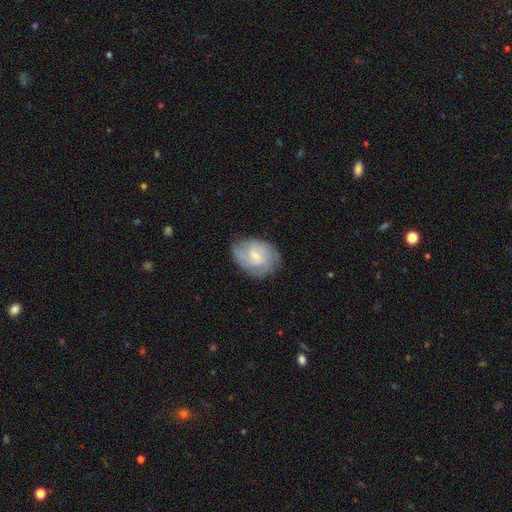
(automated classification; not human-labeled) This appears to be a featured or disk galaxy (57%) with a weak bar (49%), spiral arms (83%) and a small central bulge (67%). Merging: none (70%).